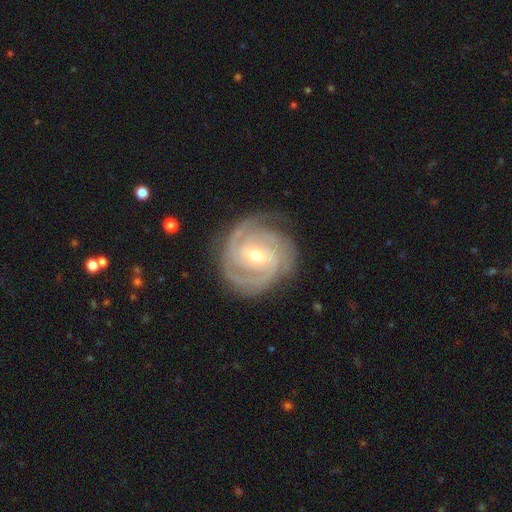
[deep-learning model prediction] Smooth or featured: featured or disk — 92% (star or artifact — 4%)
Edge-on disk: no — 98% (yes — 2%)
Bar: weak — 49% (no — 28%)
Spiral arms: yes — 98% (no — 2%)
Spiral winding: tight — 75% (medium — 23%)
Spiral arm count: 3 — 46% (2 — 21%)
Bulge size: moderate — 53% (small — 44%)
Merging: none — 81% (minor disturbance — 14%)